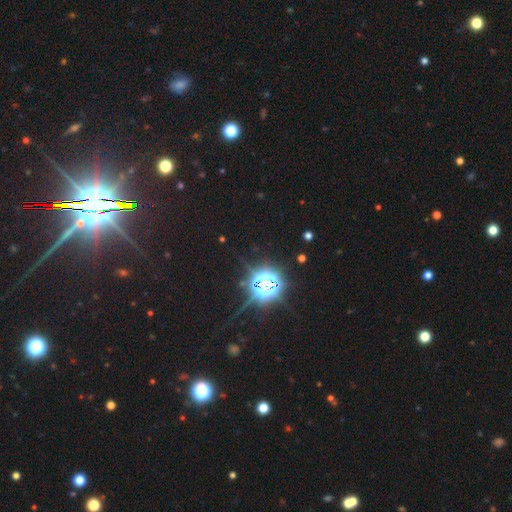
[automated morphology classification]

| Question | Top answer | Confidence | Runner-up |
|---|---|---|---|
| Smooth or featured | star or artifact | 84% | smooth (8%) |